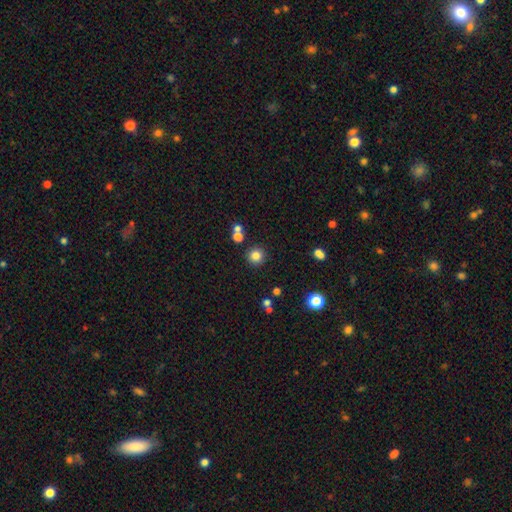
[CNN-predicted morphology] A smooth galaxy with no disk features (82%) that is round (94%). Merging: none (85%).